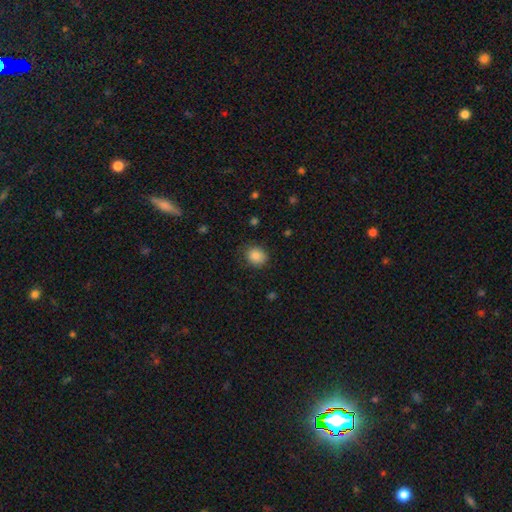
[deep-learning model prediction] This appears to be a smooth galaxy with no disk features (85%) that is round (67%). Merging: none (78%).